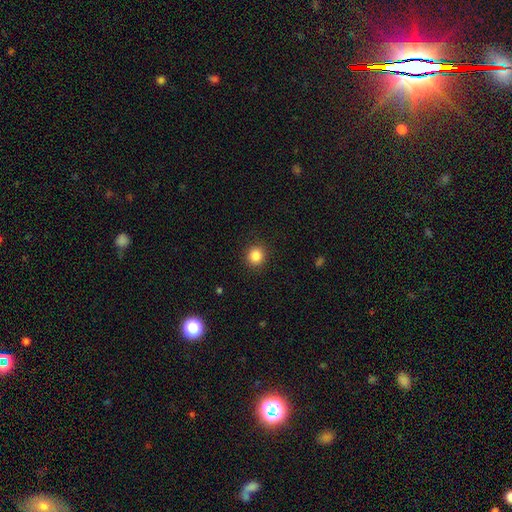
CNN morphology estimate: Smooth or featured? smooth (85%)
How rounded? round (91%)
Merging? none (91%)